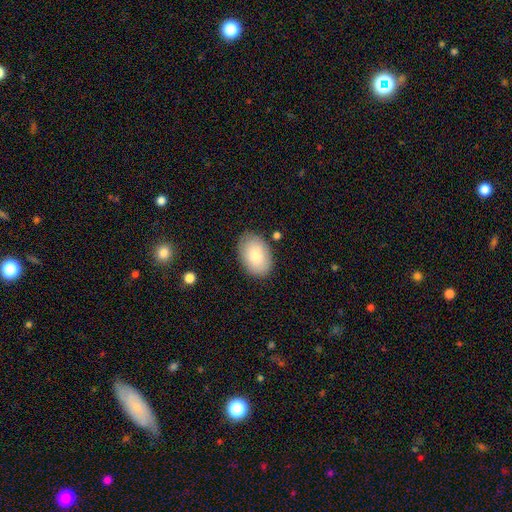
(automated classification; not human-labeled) Smooth or featured? Predicted: smooth (p=0.81). How rounded? Predicted: in between (p=0.86). Merging? Predicted: none (p=0.82).